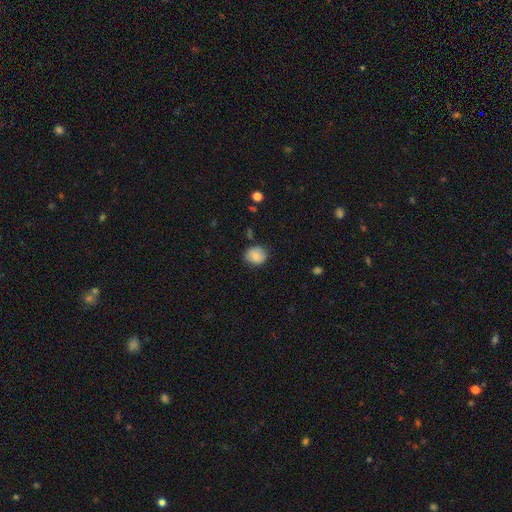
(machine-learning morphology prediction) smooth_or_featured: smooth (p=0.77) [alt: featured or disk p=0.14]
how_rounded: round (p=0.73) [alt: in between p=0.26]
merging: none (p=0.75) [alt: minor disturbance p=0.18]